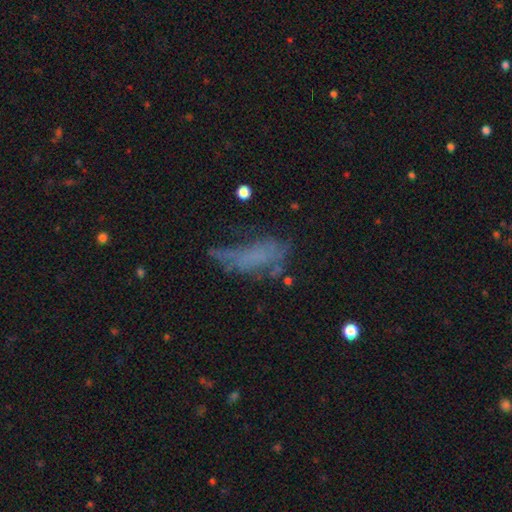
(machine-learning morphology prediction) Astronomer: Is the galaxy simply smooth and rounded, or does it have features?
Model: smooth — 40% (runner-up: featured or disk, 33%).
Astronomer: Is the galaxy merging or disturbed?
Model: none — 39% (runner-up: major disturbance, 29%).